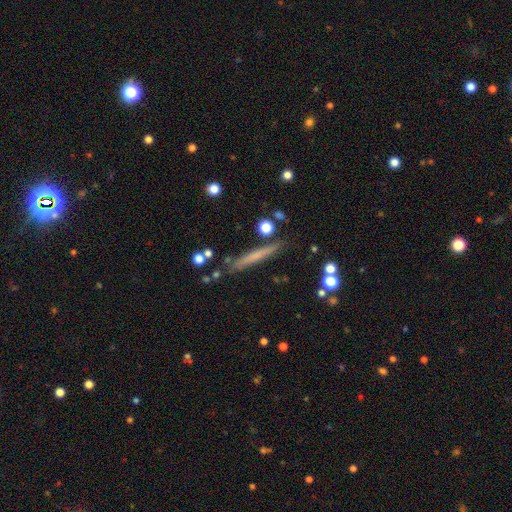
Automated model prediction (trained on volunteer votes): A smooth galaxy with no disk features (53%) that is cigar-shaped (94%). Merging: none (83%).